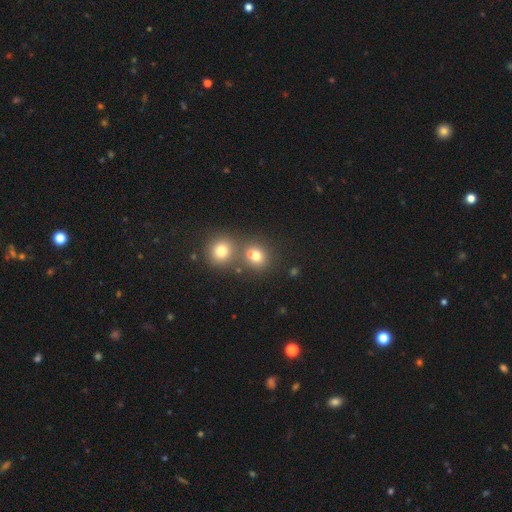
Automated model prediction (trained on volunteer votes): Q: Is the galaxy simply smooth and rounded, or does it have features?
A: smooth — 74%.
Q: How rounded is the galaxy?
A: round — 76%.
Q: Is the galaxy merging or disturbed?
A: none — 49%.